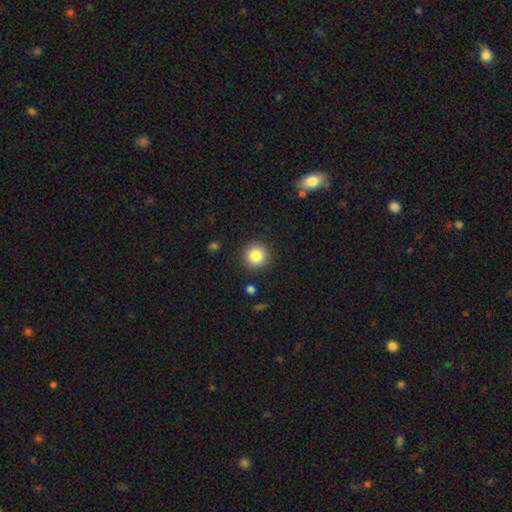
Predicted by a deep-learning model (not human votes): A smooth galaxy with no disk features (84%) that is round (94%). Merging: none (90%).